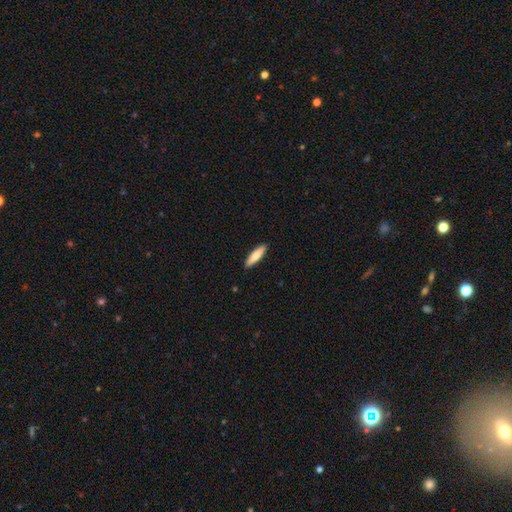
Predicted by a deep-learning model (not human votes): Smooth or featured: smooth — 72% (featured or disk — 23%)
How rounded: cigar-shaped — 75% (in between — 24%)
Merging: none — 91% (minor disturbance — 7%)